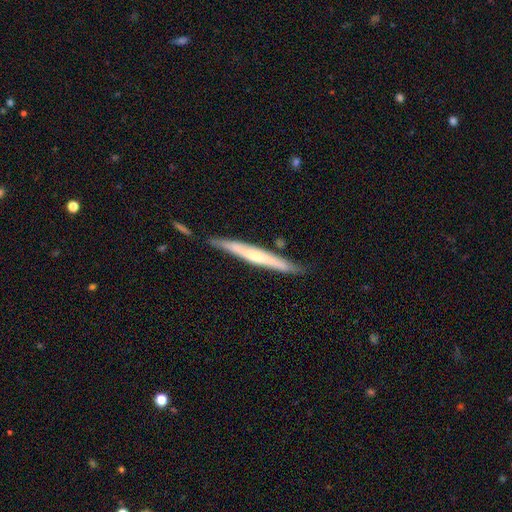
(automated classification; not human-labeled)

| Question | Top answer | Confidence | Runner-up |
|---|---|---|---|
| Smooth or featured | featured or disk | 56% | smooth (39%) |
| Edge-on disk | yes | 94% | no (6%) |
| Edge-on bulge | none | 49% | rounded (43%) |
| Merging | none | 80% | minor disturbance (14%) |